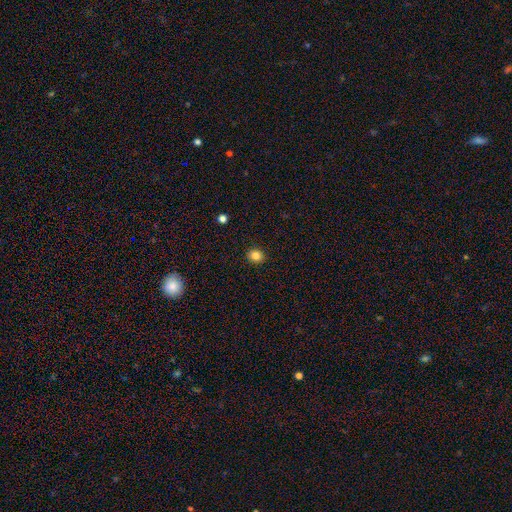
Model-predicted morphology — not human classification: type=smooth (83%); roundness=round (76%); merging=none (92%).